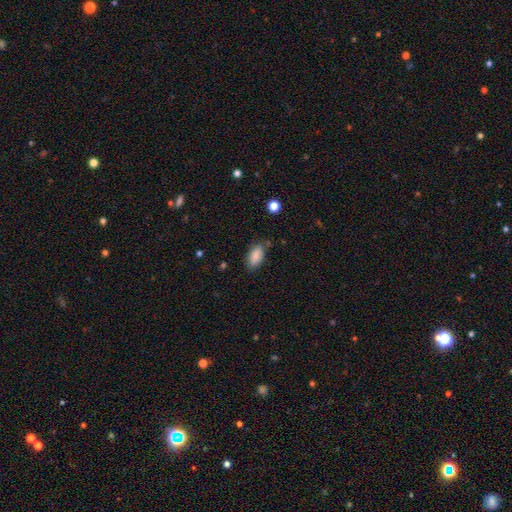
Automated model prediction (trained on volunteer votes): This appears to be a smooth galaxy with no disk features (87%) that is in between round and cigar-shaped (91%). Merging: none (75%).